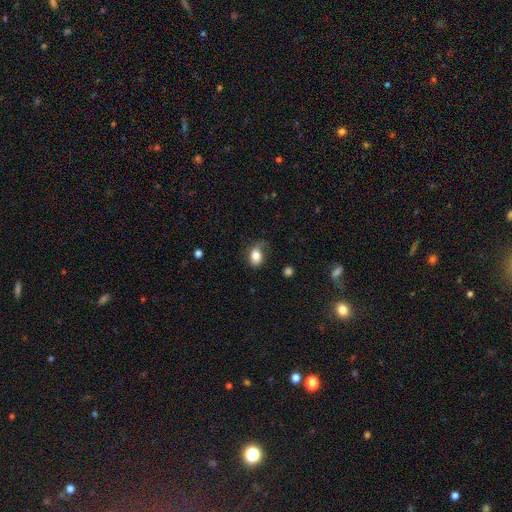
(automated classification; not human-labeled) smooth-or-featured: smooth: 78% | featured or disk: 13% | star or artifact: 9%
  how-rounded: in between: 73% | round: 26% | cigar-shaped: 1%
  merging: none: 51% | minor disturbance: 31% | major disturbance: 16% | merger: 2%